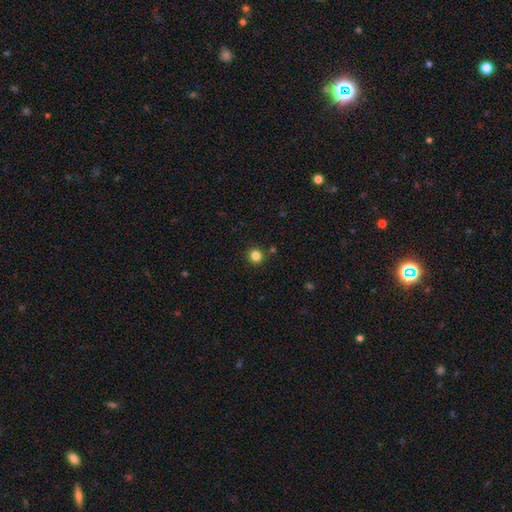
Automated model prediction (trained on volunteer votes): A smooth galaxy with no disk features (83%) that is round (92%). Merging: none (89%).